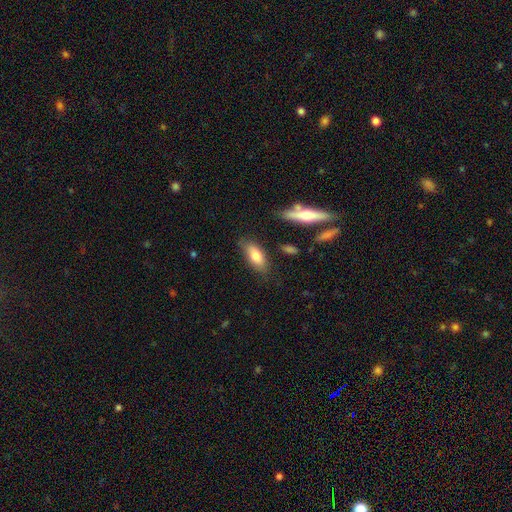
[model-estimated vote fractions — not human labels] Q: Smooth or featured?
A: smooth (76%); runner-up: featured or disk (18%)
Q: How rounded?
A: in between (78%); runner-up: cigar-shaped (20%)
Q: Merging?
A: none (77%); runner-up: minor disturbance (16%)